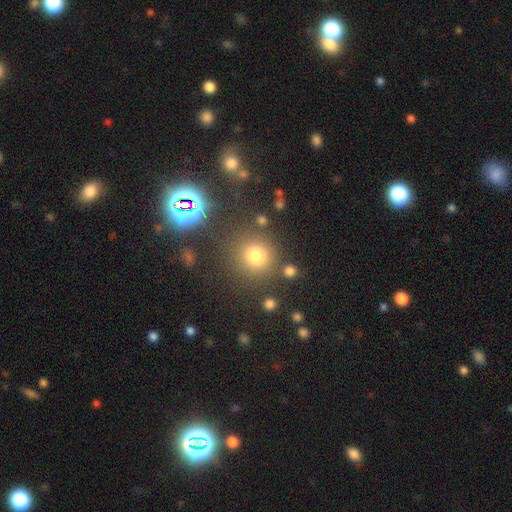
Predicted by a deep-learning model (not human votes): Smooth or featured? Predicted: smooth (p=0.75). How rounded? Predicted: round (p=0.91). Merging? Predicted: none (p=0.78).